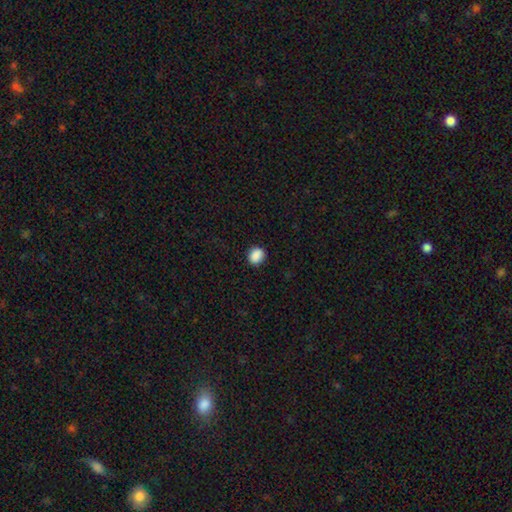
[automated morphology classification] Q: Smooth or featured?
A: smooth (88%); runner-up: star or artifact (9%)
Q: How rounded?
A: round (62%); runner-up: in between (37%)
Q: Merging?
A: none (87%); runner-up: minor disturbance (10%)